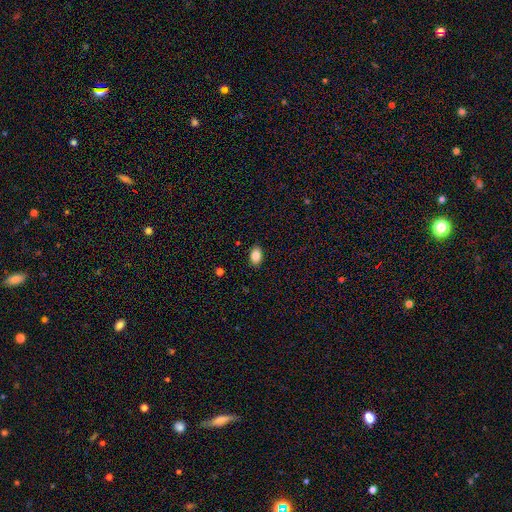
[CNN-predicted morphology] type=smooth (86%); roundness=in between (88%); merging=none (89%).